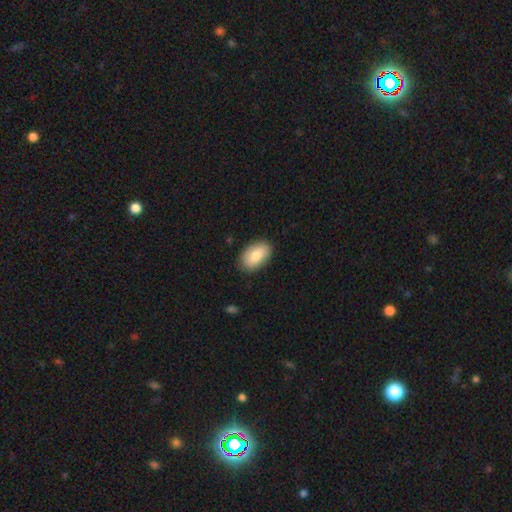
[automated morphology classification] type=smooth (82%); roundness=in between (92%); merging=none (86%).